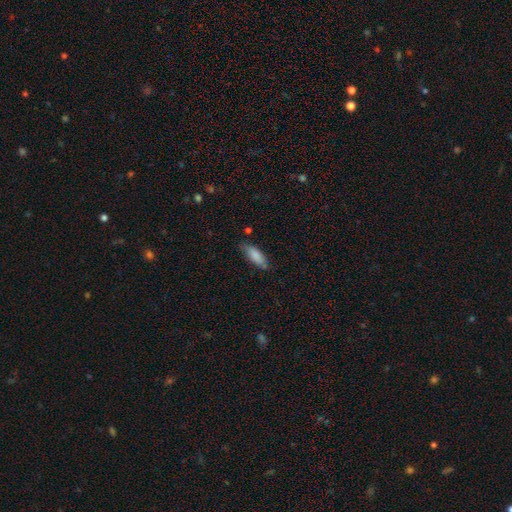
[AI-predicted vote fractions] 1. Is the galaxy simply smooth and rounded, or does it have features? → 84% smooth, 10% featured or disk, 6% star or artifact.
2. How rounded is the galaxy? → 63% in between, 36% cigar-shaped, 2% round.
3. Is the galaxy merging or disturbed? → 73% none, 21% minor disturbance, 4% major disturbance, 2% merger.